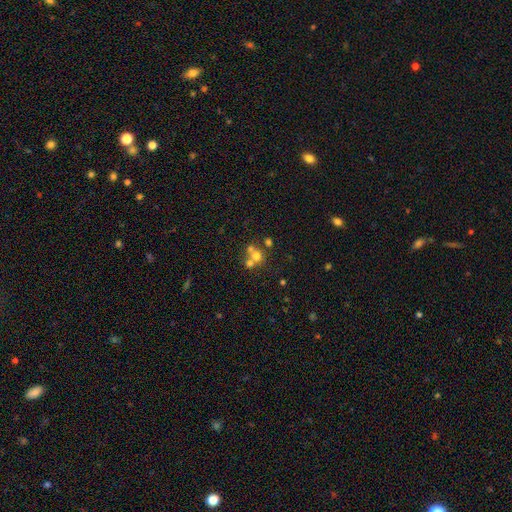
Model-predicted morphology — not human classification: This is likely a smooth galaxy (63%). How rounded: clearly round (83%). Merging: possibly merger (51%).